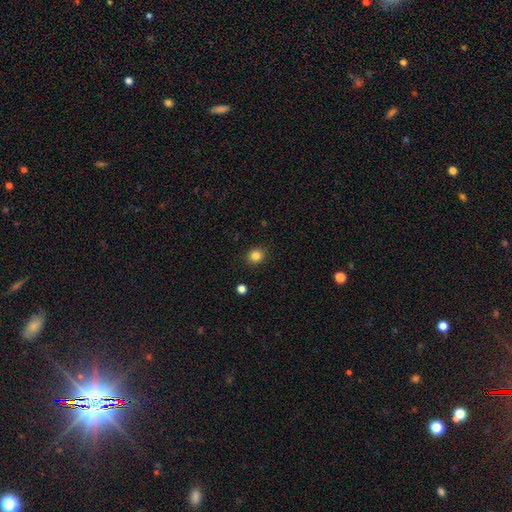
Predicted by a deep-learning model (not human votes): Smooth or featured? smooth (84%)
How rounded? round (84%)
Merging? none (90%)